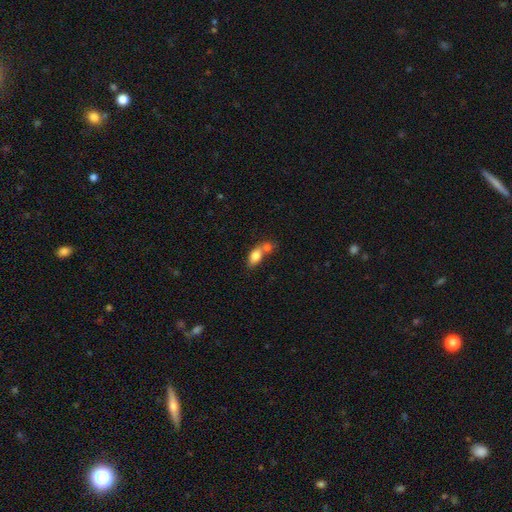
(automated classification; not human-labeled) Smooth or featured: smooth — 78% (featured or disk — 14%)
How rounded: in between — 83% (round — 11%)
Merging: merger — 58% (none — 27%)